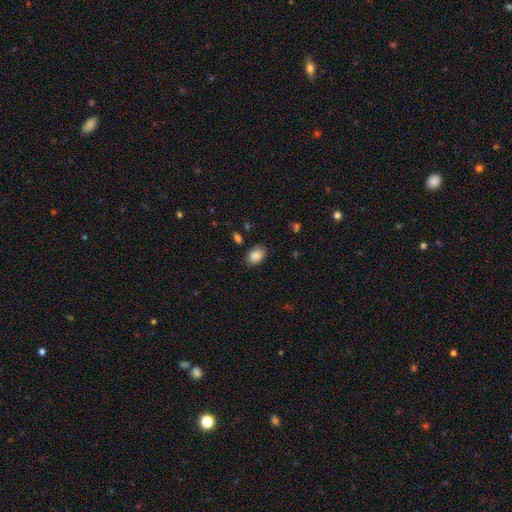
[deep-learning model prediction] Smooth or featured: smooth — 85% (star or artifact — 9%)
How rounded: in between — 76% (round — 23%)
Merging: none — 73% (minor disturbance — 19%)